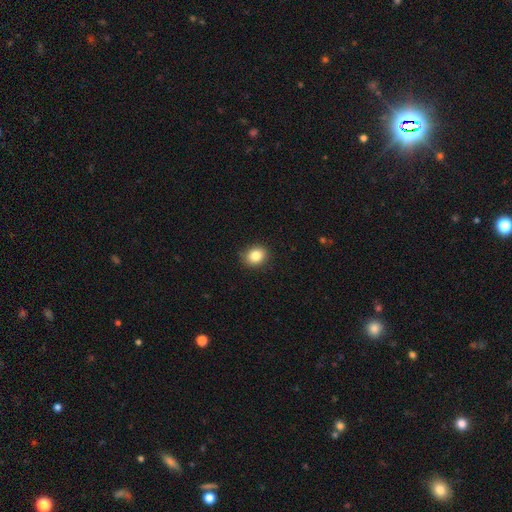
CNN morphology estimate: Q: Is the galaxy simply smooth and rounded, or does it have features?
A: smooth — 84%.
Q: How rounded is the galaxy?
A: round — 64%.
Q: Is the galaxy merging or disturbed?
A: none — 88%.